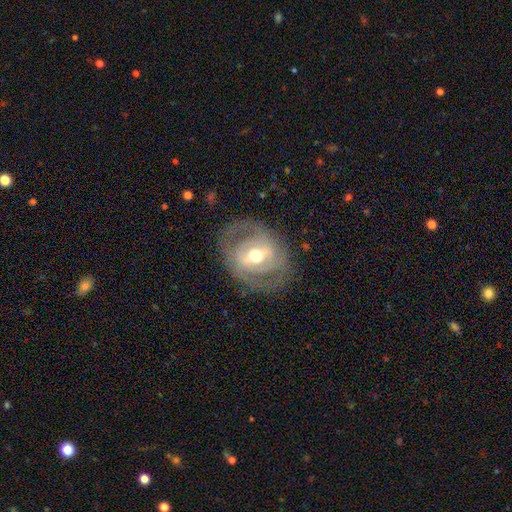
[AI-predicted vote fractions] A featured or disk galaxy (78%) with a weak bar (41%), 2 (65%) tight (49%) spiral arms (74%) and a moderate central bulge (72%).

Vote fractions:
- Smooth or featured? featured or disk: 78% / smooth: 16% / star or artifact: 6%
- Edge-on disk? no: 95% / yes: 5%
- Bar? weak: 41% / strong: 36% / no: 22%
- Spiral arms? yes: 74% / no: 26%
- Spiral winding? tight: 49% / medium: 37% / loose: 14%
- Spiral arm count? 2: 65% / can't tell: 21% / 3: 6% / 1: 4% / 4: 2% / more than 4: 2%
- Bulge size? moderate: 72% / small: 16% / large: 10% / dominant: 1% / none: 1%
- Merging? none: 73% / minor disturbance: 16% / major disturbance: 10% / merger: 1%